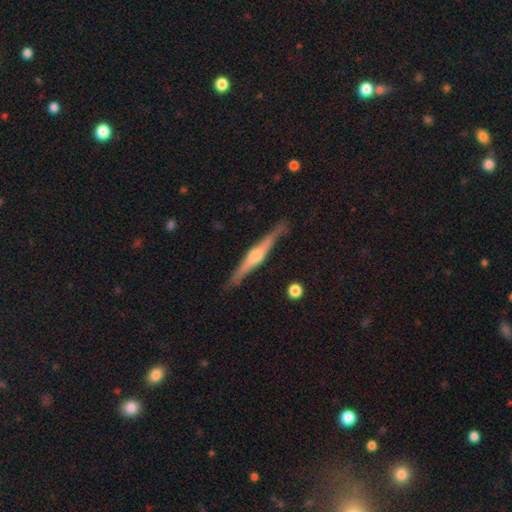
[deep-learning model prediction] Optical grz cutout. It shows a featured or disk galaxy (78%) viewed edge-on (98%) with a rounded central bulge (86%). Merging: none (86%).